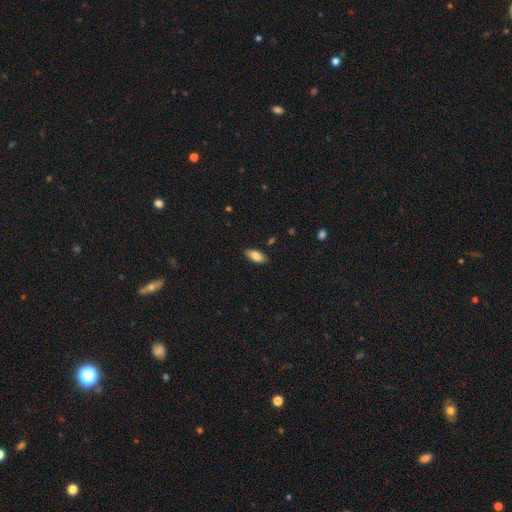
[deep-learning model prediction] The model was most divided on "smooth or featured": smooth: 82%, featured or disk: 11%, star or artifact: 7%. More confident: how rounded — in between (87%); merging — none (87%).